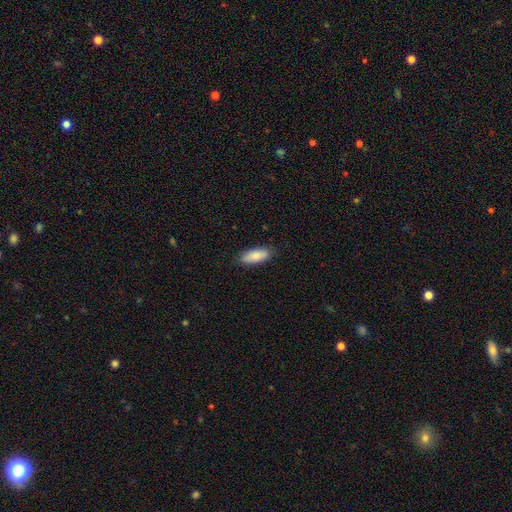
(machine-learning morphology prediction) Smooth or featured? Predicted: smooth (p=0.82). How rounded? Predicted: in between (p=0.77). Merging? Predicted: none (p=0.86).